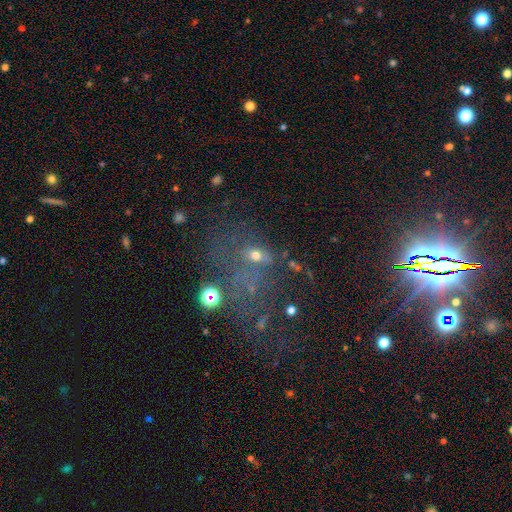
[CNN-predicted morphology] type=smooth (45%); merging=none (41%).